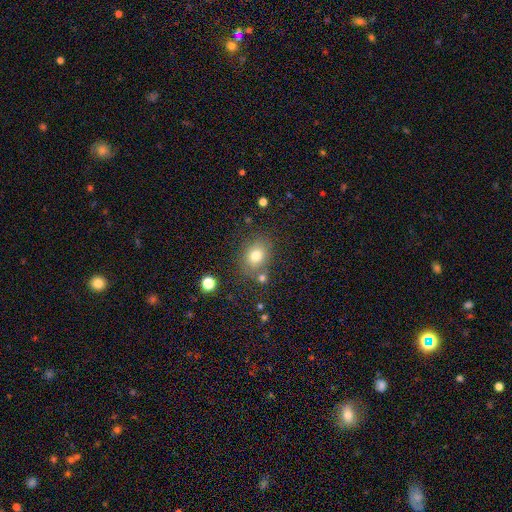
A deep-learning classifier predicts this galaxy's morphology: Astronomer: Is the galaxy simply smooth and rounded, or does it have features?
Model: smooth — 77%.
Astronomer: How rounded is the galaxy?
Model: round — 50% (runner-up: in between, 49%).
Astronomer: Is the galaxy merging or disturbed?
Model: none — 73%.